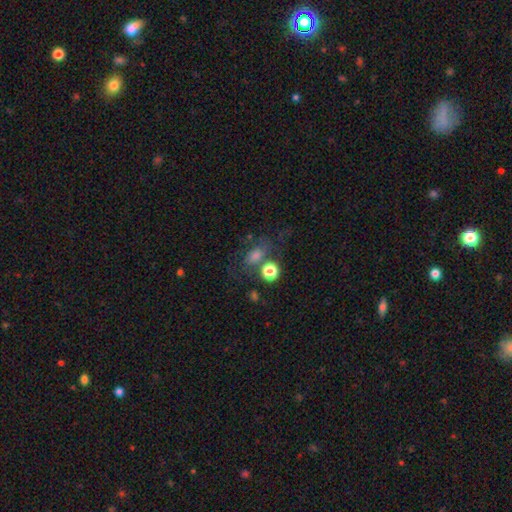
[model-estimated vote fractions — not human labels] Morphology: type=smooth (57%); roundness=in between (58%); merging=none (53%).